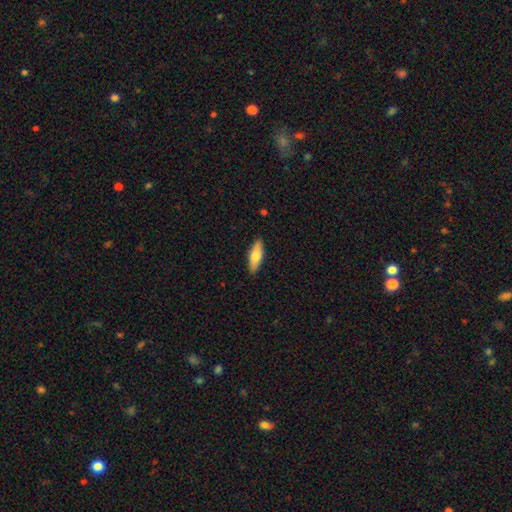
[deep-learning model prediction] smooth-or-featured: smooth: 71% | featured or disk: 24% | star or artifact: 6%
  how-rounded: in between: 58% | cigar-shaped: 40% | round: 2%
  merging: none: 88% | minor disturbance: 9% | major disturbance: 2% | merger: 1%